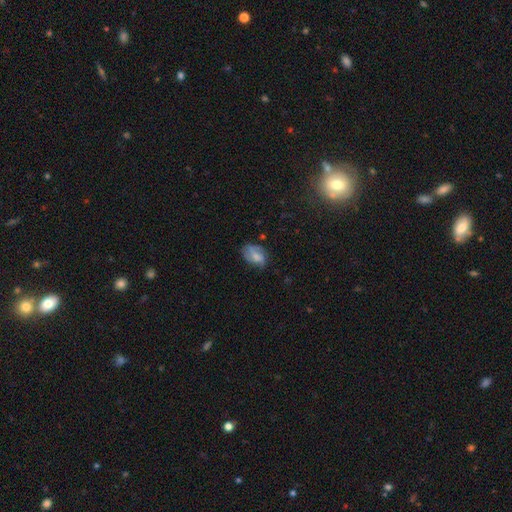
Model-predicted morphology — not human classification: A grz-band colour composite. It shows a smooth galaxy with no disk features (58%) that is in between round and cigar-shaped (85%). Merging: none (52%).